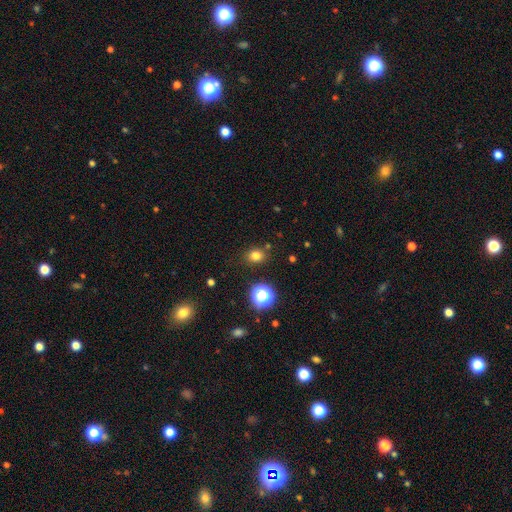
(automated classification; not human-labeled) The model was most divided on "how rounded": round: 66%, in between: 33%, cigar-shaped: 1%. More confident: merging — none (85%); smooth or featured — smooth (78%).